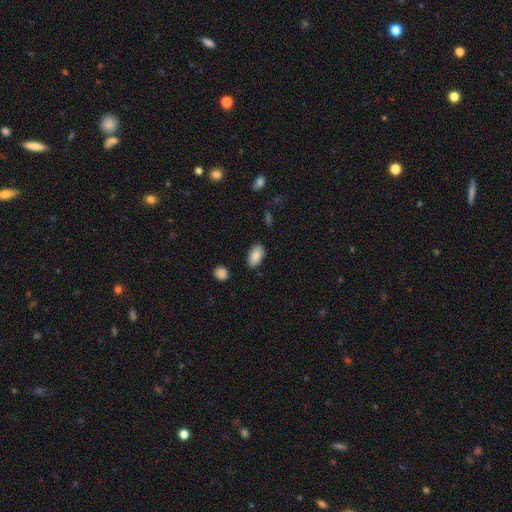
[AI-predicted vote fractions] smooth 88%, star or artifact 7%, featured or disk 5%. Down the decision tree: how rounded — in between (94%); merging — none (84%).